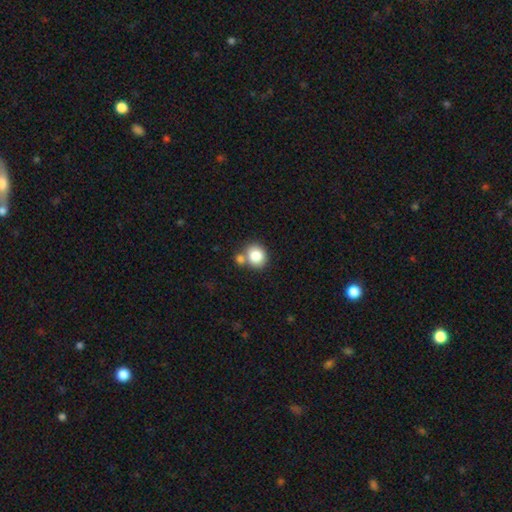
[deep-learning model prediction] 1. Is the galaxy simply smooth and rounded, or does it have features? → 82% smooth, 9% star or artifact, 9% featured or disk.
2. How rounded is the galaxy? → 75% round, 24% in between, 1% cigar-shaped.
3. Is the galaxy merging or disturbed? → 59% none, 27% merger, 10% minor disturbance, 3% major disturbance.